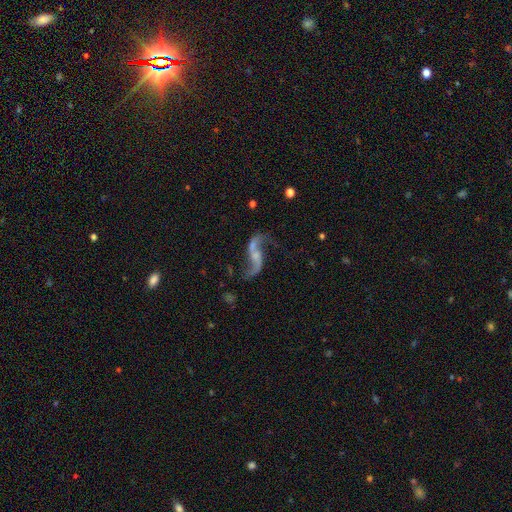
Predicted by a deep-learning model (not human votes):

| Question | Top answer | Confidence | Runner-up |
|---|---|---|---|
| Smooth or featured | featured or disk | 88% | star or artifact (6%) |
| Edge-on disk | no | 96% | yes (4%) |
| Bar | no | 47% | weak (37%) |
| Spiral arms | yes | 95% | no (5%) |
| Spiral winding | loose | 92% | medium (7%) |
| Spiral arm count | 2 | 93% | 1 (3%) |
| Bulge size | small | 44% | none (34%) |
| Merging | none | 64% | minor disturbance (15%) |